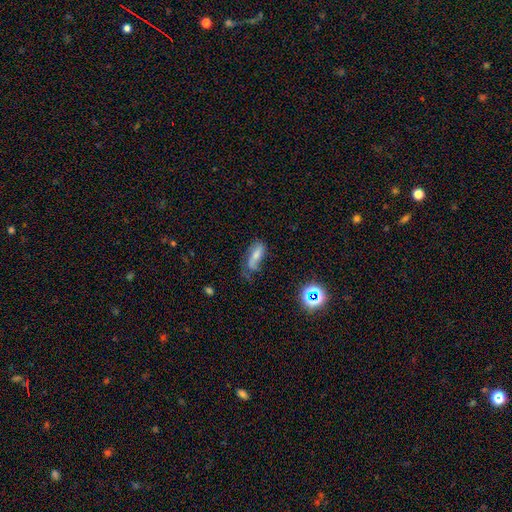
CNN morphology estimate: smooth_or_featured: smooth (p=0.57) [alt: featured or disk p=0.32]
how_rounded: in between (p=0.69) [alt: cigar-shaped p=0.28]
merging: none (p=0.37) [alt: minor disturbance p=0.31]